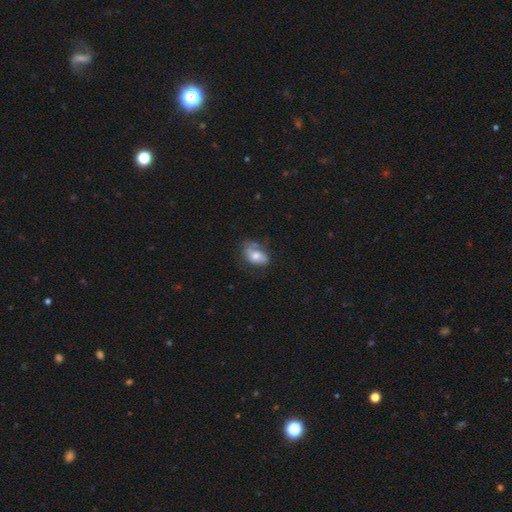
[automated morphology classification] A smooth galaxy with no disk features (63%) that is in between round and cigar-shaped (88%). Merging: none (43%).